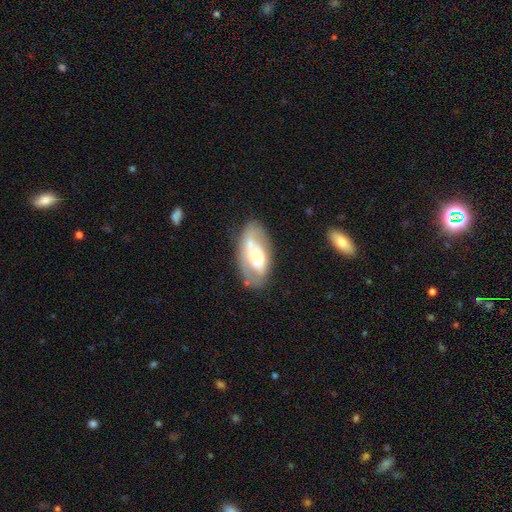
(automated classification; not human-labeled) Smooth or featured? Predicted: featured or disk (p=0.57). Edge-on disk? Predicted: no (p=0.91). Bar? Predicted: no (p=0.66). Spiral arms? Predicted: yes (p=0.53). Bulge size? Predicted: moderate (p=0.43). Merging? Predicted: none (p=0.59).